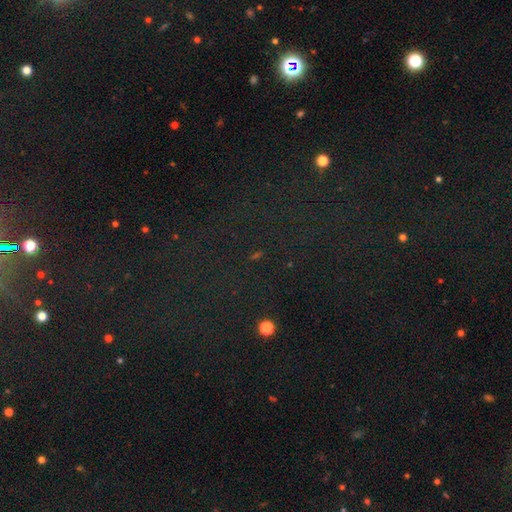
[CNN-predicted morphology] star or artifact 78%, smooth 13%, featured or disk 9%.